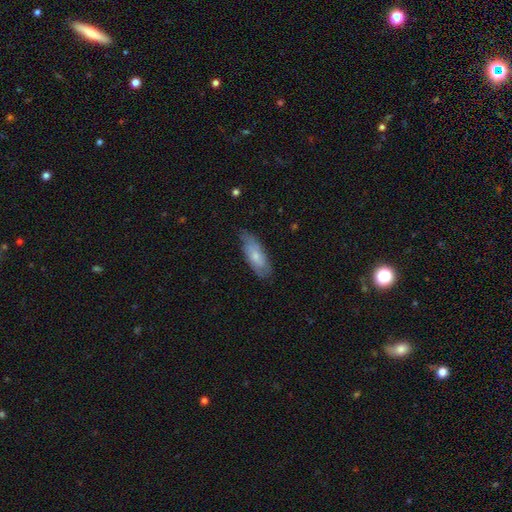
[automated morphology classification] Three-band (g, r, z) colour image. It shows a smooth galaxy with no disk features (59%) that is in between round and cigar-shaped (71%). Merging: none (68%).